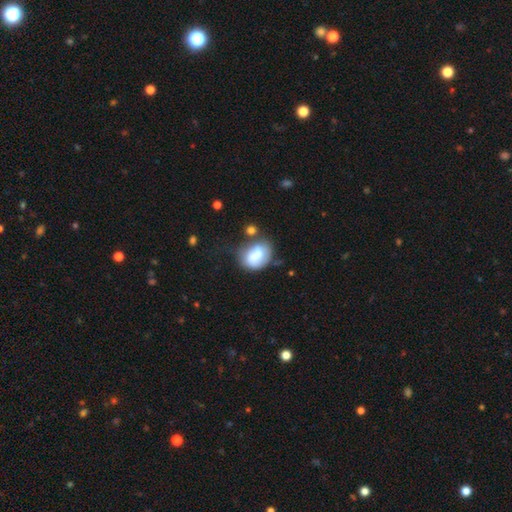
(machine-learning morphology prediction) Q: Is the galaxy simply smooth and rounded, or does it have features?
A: smooth — 61%.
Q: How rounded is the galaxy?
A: in between — 59%.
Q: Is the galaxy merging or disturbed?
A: none — 41%.